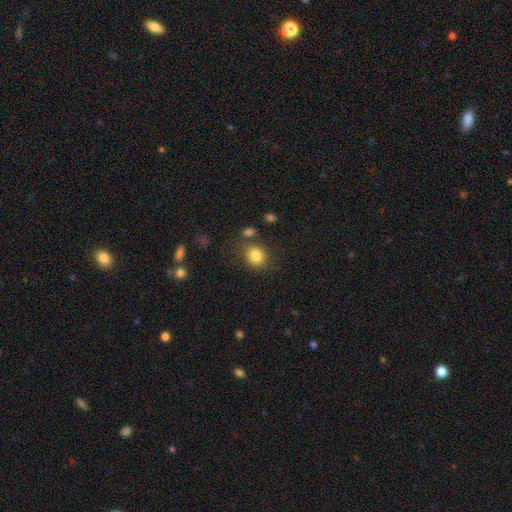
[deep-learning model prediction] smooth 83%, star or artifact 11%, featured or disk 7%. Down the decision tree: how rounded — round (68%); merging — none (77%).